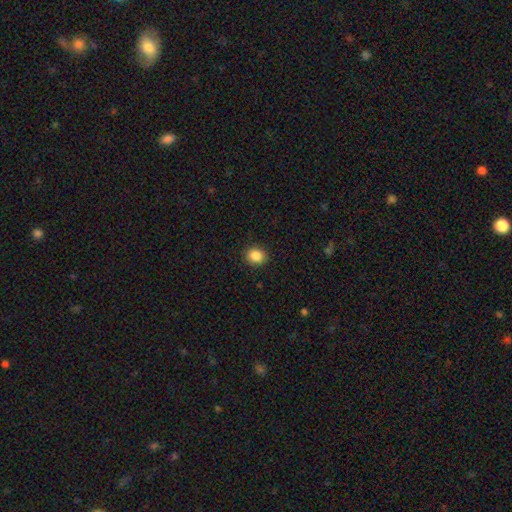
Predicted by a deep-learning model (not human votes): Smooth or featured? Predicted: smooth (p=0.87). How rounded? Predicted: round (p=0.72). Merging? Predicted: none (p=0.90).